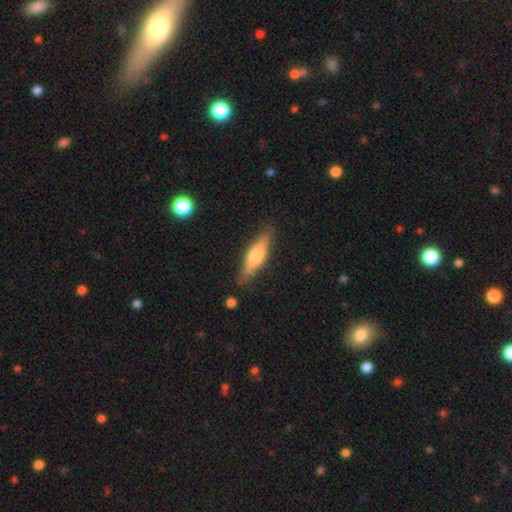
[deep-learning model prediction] Smooth or featured: smooth — 53% (featured or disk — 41%)
How rounded: cigar-shaped — 65% (in between — 33%)
Merging: none — 83% (minor disturbance — 12%)